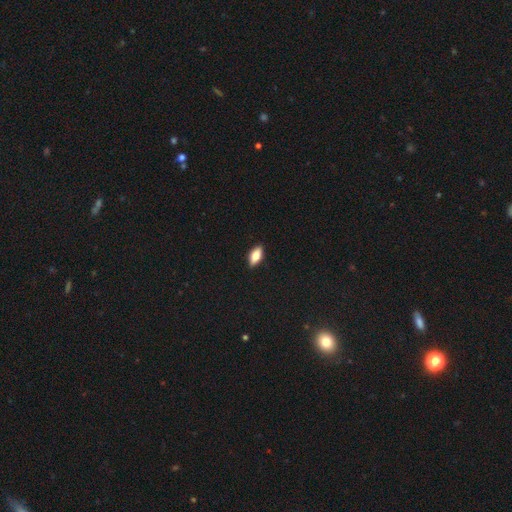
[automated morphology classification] Smooth or featured? Predicted: smooth (p=0.76). How rounded? Predicted: in between (p=0.84). Merging? Predicted: none (p=0.89).